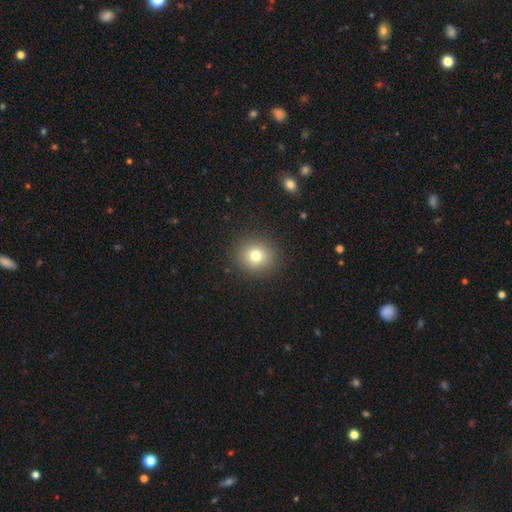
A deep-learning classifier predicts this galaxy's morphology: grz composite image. It shows a smooth galaxy with no disk features (76%) that is round (88%). Merging: none (90%).